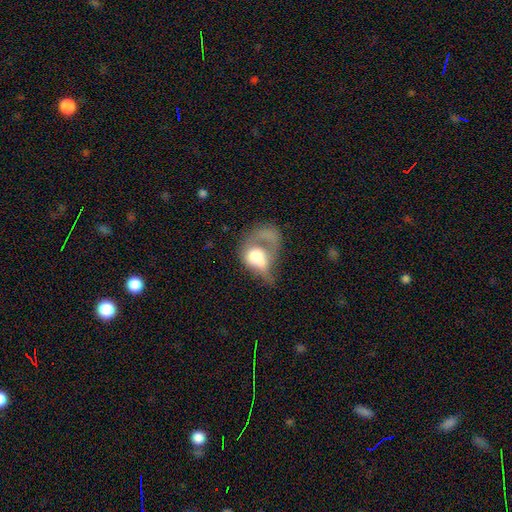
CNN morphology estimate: A smooth galaxy with no disk features (48%).

Vote fractions:
- Smooth or featured? smooth: 48% / featured or disk: 43% / star or artifact: 8%
- Merging? major disturbance: 55% / merger: 17% / none: 14% / minor disturbance: 13%